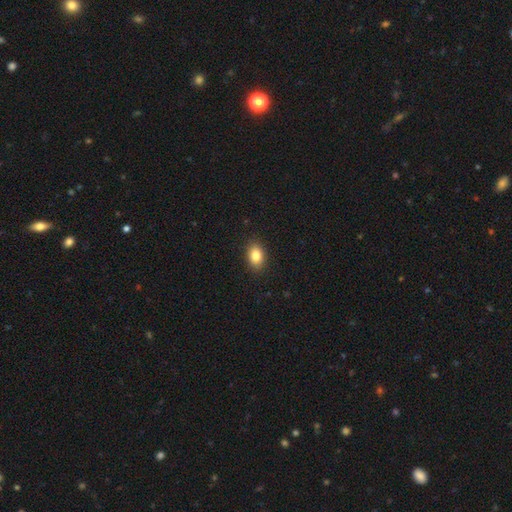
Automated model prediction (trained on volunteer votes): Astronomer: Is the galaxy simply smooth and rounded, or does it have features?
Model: smooth — 84%.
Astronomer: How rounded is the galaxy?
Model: in between — 83%.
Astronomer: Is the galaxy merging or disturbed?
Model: none — 89%.